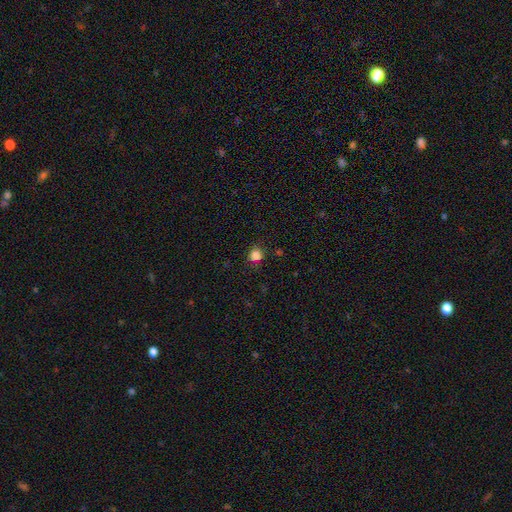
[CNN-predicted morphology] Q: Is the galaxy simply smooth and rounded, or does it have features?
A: smooth — 80%.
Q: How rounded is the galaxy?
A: round — 83%.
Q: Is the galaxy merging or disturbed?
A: none — 80%.